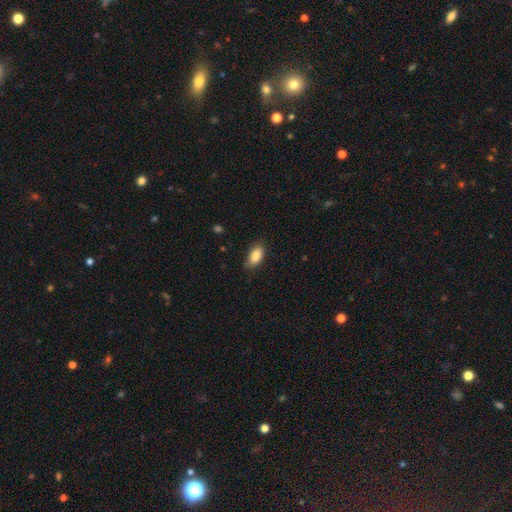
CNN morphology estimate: smooth_or_featured: smooth (p=0.87) [alt: star or artifact p=0.07]
how_rounded: in between (p=0.91) [alt: cigar-shaped p=0.06]
merging: none (p=0.80) [alt: minor disturbance p=0.16]